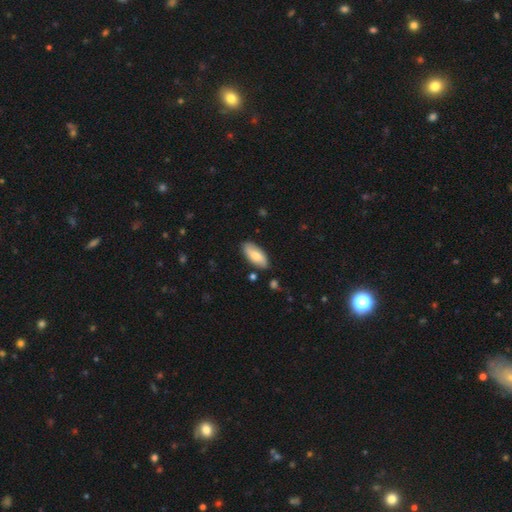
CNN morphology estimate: smooth-or-featured: smooth: 75% | featured or disk: 19% | star or artifact: 6%
  how-rounded: in between: 86% | cigar-shaped: 12% | round: 2%
  merging: none: 83% | minor disturbance: 12% | merger: 2% | major disturbance: 2%